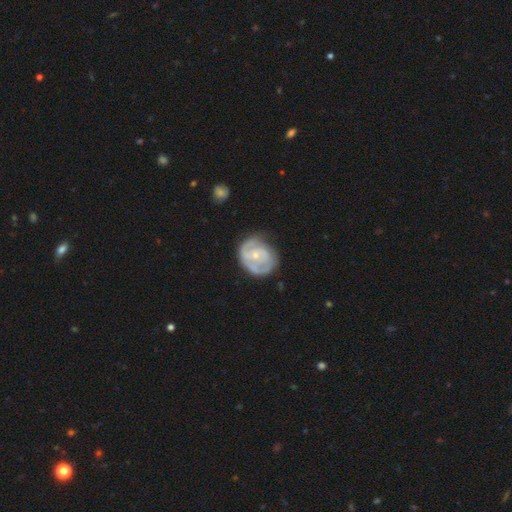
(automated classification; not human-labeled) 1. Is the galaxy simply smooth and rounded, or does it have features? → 70% featured or disk, 24% smooth, 5% star or artifact.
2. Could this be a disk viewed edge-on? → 98% no, 2% yes.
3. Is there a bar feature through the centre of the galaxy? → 70% no, 25% weak, 5% strong.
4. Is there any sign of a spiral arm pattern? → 77% yes, 23% no.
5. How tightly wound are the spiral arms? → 53% tight, 33% medium, 13% loose.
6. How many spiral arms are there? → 41% 2, 32% can't tell, 13% 1, 10% 3, 3% 4, 2% more than 4.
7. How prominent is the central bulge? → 65% small, 30% moderate, 2% none, 1% large, 1% dominant.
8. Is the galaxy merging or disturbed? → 55% none, 28% minor disturbance, 15% major disturbance, 2% merger.